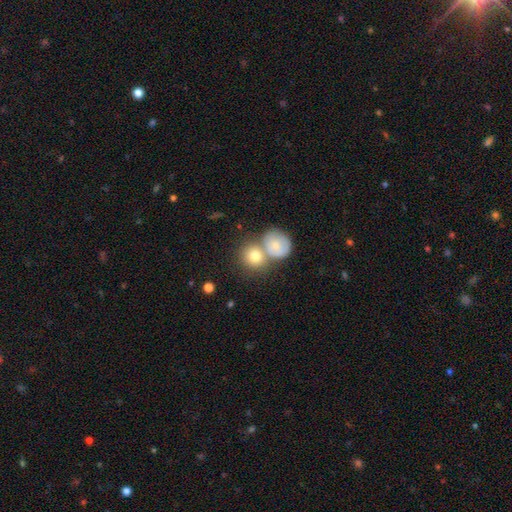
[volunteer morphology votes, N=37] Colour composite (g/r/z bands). It shows a smooth galaxy with no disk features (68%) that is round (80%). Merging: merger (51%).